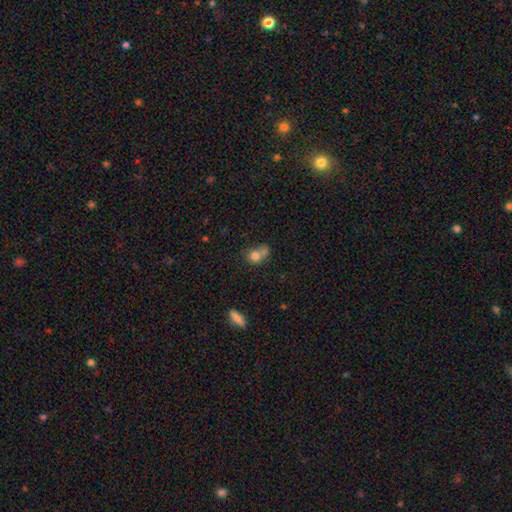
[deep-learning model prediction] smooth 75%, featured or disk 14%, star or artifact 11%. Down the decision tree: how rounded — round (64%); merging — merger (53%).